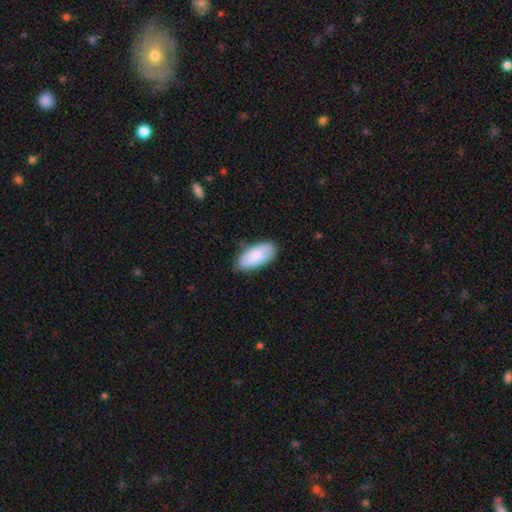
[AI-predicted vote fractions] Smooth or featured: smooth — 83% (featured or disk — 11%)
How rounded: in between — 91% (cigar-shaped — 7%)
Merging: none — 79% (minor disturbance — 17%)